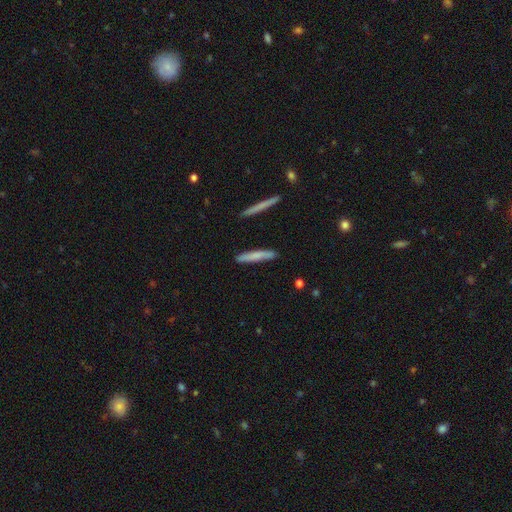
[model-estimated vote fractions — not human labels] Overall: smooth (69%). How rounded: cigar-shaped (93%). Merging: none (86%).